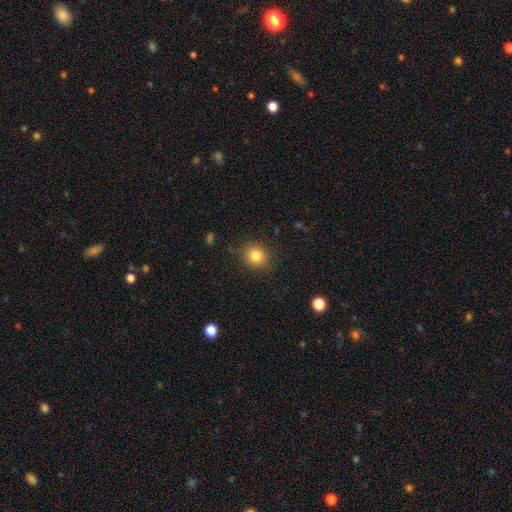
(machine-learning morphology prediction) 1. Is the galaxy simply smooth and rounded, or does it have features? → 83% smooth, 10% star or artifact, 6% featured or disk.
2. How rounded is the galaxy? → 81% round, 18% in between, 1% cigar-shaped.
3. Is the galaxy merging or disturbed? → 86% none, 10% minor disturbance, 3% major disturbance, 1% merger.